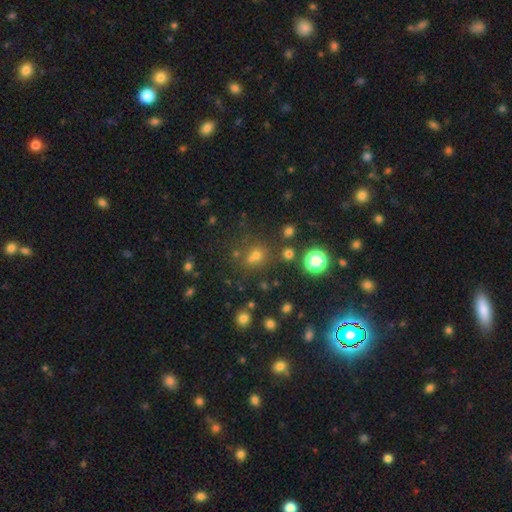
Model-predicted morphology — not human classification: smooth-or-featured: smooth: 56% | star or artifact: 34% | featured or disk: 10%
  how-rounded: round: 78% | in between: 21% | cigar-shaped: 1%
  merging: none: 63% | merger: 20% | minor disturbance: 11% | major disturbance: 6%